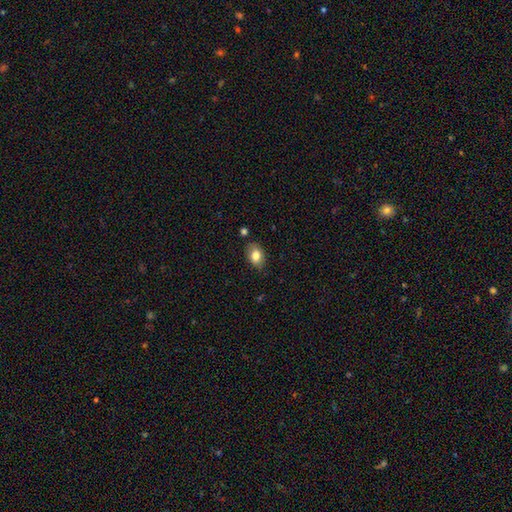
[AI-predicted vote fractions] Smooth or featured: smooth — 82% (featured or disk — 10%)
How rounded: in between — 81% (round — 18%)
Merging: none — 82% (minor disturbance — 13%)